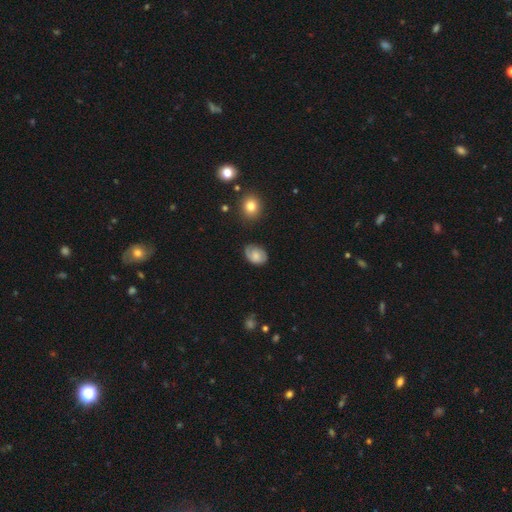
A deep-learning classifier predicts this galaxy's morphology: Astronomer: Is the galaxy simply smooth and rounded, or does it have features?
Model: smooth — 62%.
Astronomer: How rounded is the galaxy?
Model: in between — 70%.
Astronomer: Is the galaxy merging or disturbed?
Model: none — 66%.